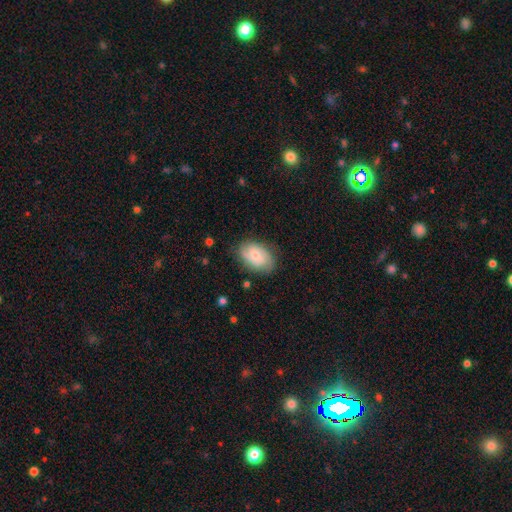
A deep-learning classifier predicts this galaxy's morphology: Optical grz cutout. It shows a smooth galaxy with no disk features (58%) that is in between round and cigar-shaped (86%). Merging: none (76%).